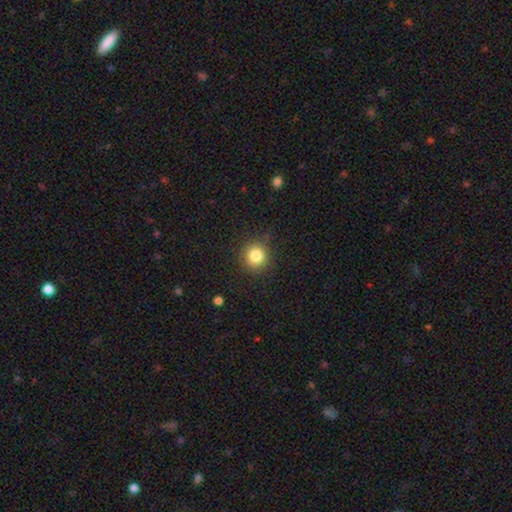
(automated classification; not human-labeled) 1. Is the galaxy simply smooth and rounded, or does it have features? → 83% smooth, 11% star or artifact, 6% featured or disk.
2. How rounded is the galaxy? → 92% round, 7% in between, 1% cigar-shaped.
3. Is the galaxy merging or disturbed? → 86% none, 10% minor disturbance, 3% major disturbance, 1% merger.